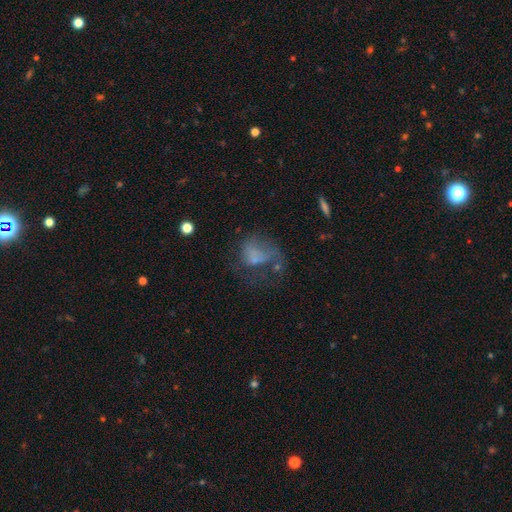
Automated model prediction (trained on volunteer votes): Q: Smooth or featured?
A: smooth (46%); runner-up: featured or disk (38%)
Q: Merging?
A: major disturbance (50%); runner-up: none (26%)